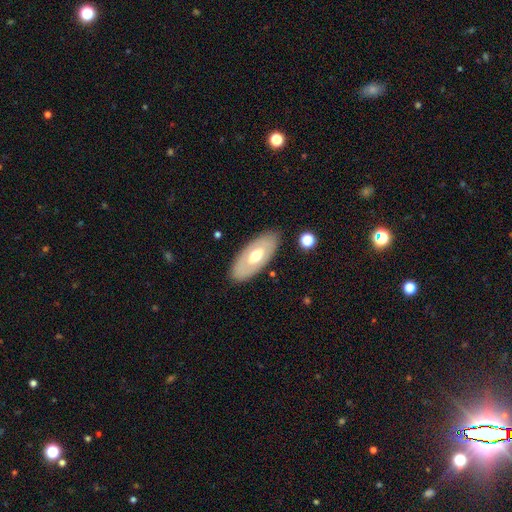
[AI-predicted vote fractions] Smooth or featured: smooth — 47% (tied with featured or disk — 47%)
Merging: none — 84% (minor disturbance — 11%)